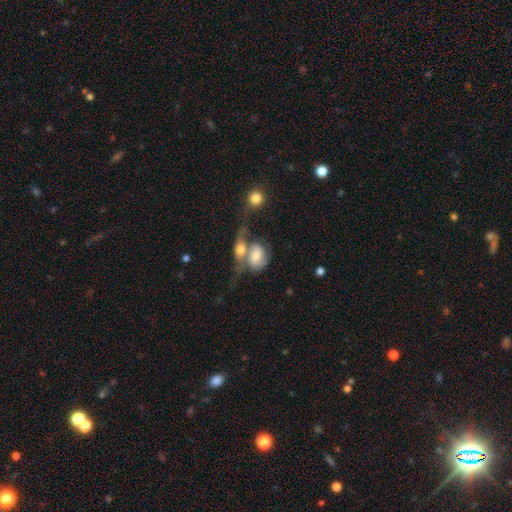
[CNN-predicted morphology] A smooth galaxy with no disk features (59%) that is in between round and cigar-shaped (66%).

Vote fractions:
- Smooth or featured? smooth: 59% / featured or disk: 33% / star or artifact: 7%
- How rounded? in between: 66% / round: 32% / cigar-shaped: 2%
- Merging? merger: 65% / none: 16% / major disturbance: 10% / minor disturbance: 9%